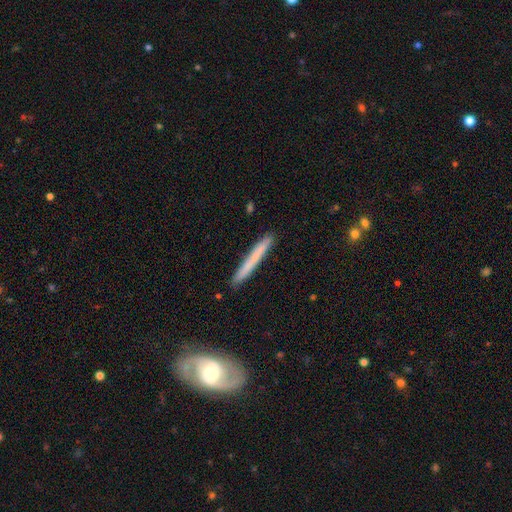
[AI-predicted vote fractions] Smooth or featured?
  - smooth: 60% *
  - featured or disk: 34%
  - star or artifact: 6%
How rounded?
  - cigar-shaped: 97% *
  - in between: 2%
  - round: 1%
Merging?
  - none: 89% *
  - minor disturbance: 8%
  - merger: 2%
  - major disturbance: 2%